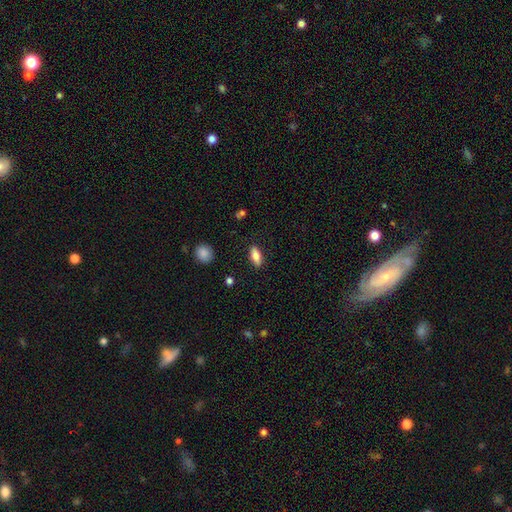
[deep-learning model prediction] A smooth galaxy with no disk features (80%) that is in between round and cigar-shaped (78%). Merging: none (87%).